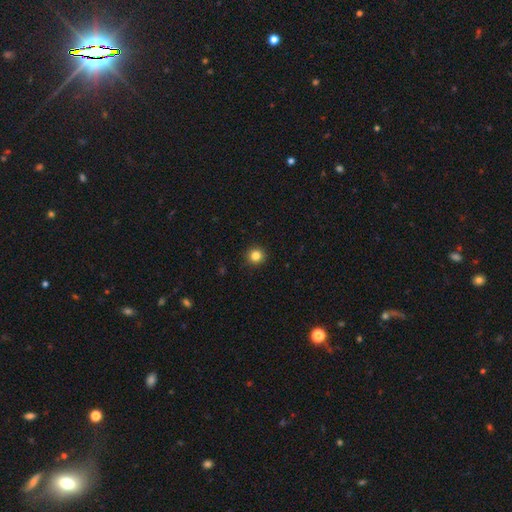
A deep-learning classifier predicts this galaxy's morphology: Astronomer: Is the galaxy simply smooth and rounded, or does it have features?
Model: smooth — 83%.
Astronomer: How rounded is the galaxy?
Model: round — 94%.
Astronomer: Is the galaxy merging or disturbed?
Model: none — 93%.